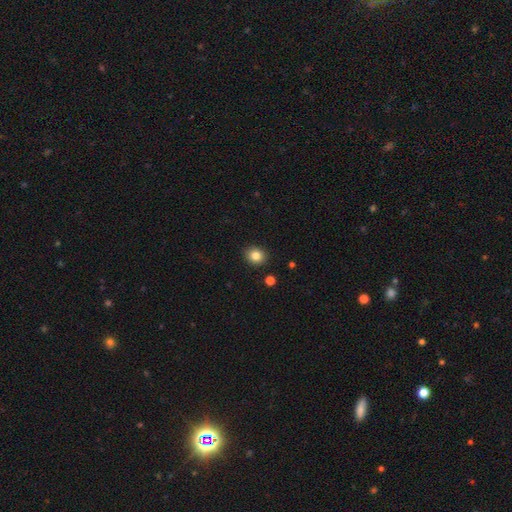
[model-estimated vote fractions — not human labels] A smooth galaxy with no disk features (83%) that is round (71%).

Vote fractions:
- Smooth or featured? smooth: 83% / star or artifact: 11% / featured or disk: 6%
- How rounded? round: 71% / in between: 28% / cigar-shaped: 1%
- Merging? none: 90% / minor disturbance: 7% / major disturbance: 2% / merger: 2%